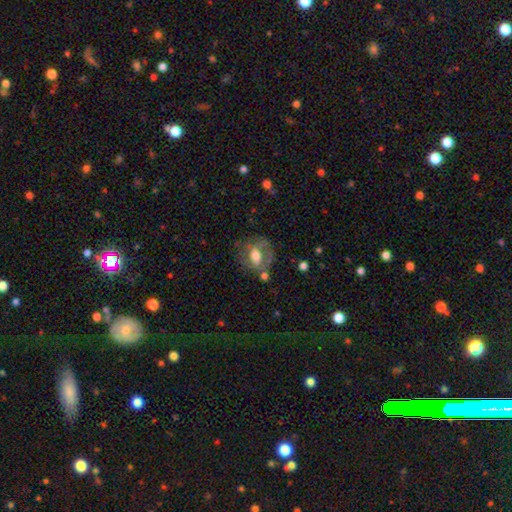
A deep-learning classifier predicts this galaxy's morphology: This is possibly a featured or disk galaxy (53%). It is clearly not viewed edge-on (94%). Merging: possibly none (54%).